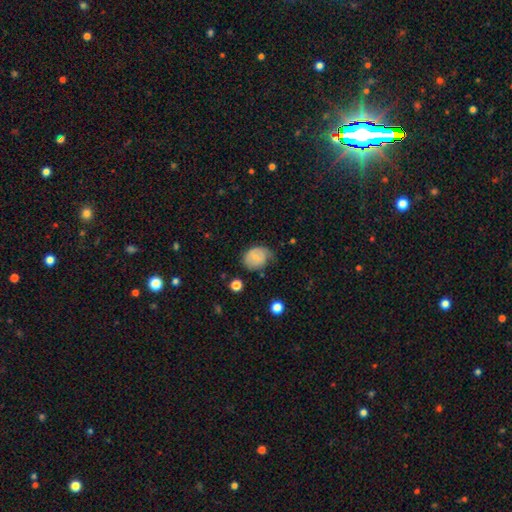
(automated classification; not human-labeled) smooth-or-featured: smooth: 70% | featured or disk: 21% | star or artifact: 9%
  how-rounded: round: 56% | in between: 43% | cigar-shaped: 1%
  merging: none: 53% | minor disturbance: 34% | major disturbance: 11% | merger: 2%